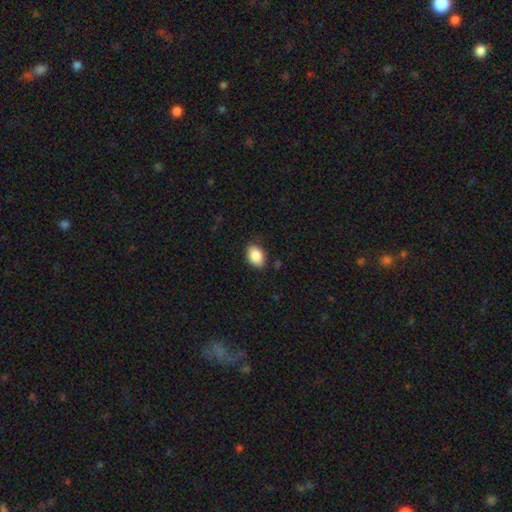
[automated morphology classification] Smooth or featured?
  - smooth: 87% *
  - star or artifact: 8%
  - featured or disk: 5%
How rounded?
  - in between: 81% *
  - round: 18%
  - cigar-shaped: 1%
Merging?
  - none: 82% *
  - minor disturbance: 14%
  - major disturbance: 3%
  - merger: 1%